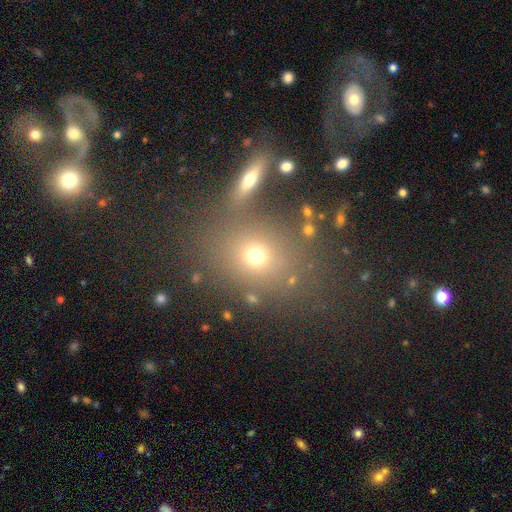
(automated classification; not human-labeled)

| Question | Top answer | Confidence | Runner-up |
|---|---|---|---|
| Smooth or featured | smooth | 68% | star or artifact (18%) |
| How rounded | round | 60% | in between (38%) |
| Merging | none | 66% | merger (18%) |